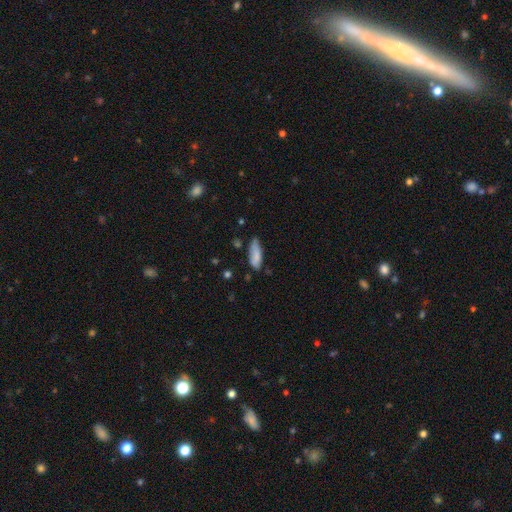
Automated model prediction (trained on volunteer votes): Overall: smooth (80%). How rounded: in between (60%; cigar-shaped 38%). Merging: none (55%; minor disturbance 34%).